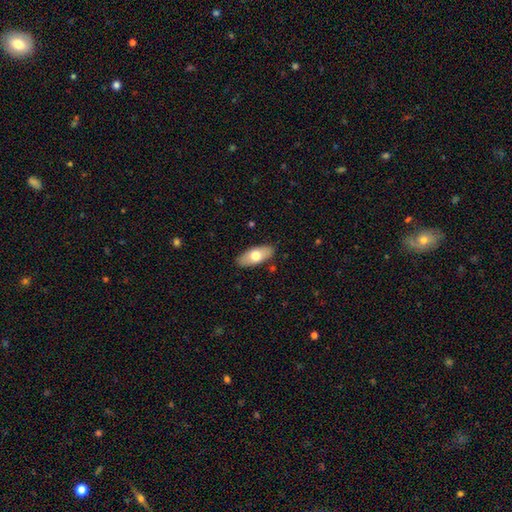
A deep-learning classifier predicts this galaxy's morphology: smooth 69%, featured or disk 26%, star or artifact 6%. Down the decision tree: how rounded — in between (86%); merging — none (87%).